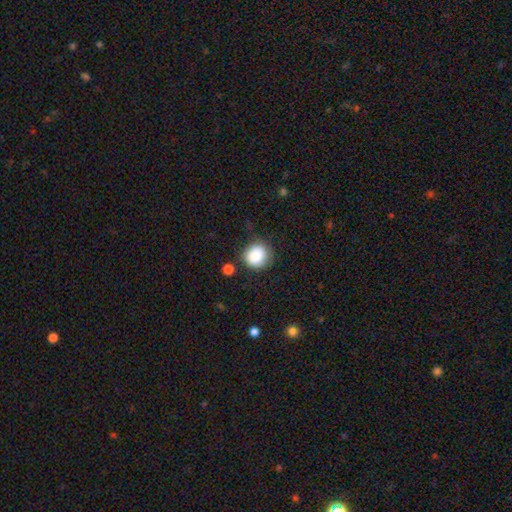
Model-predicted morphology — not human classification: Q: Smooth or featured?
A: smooth (87%); runner-up: star or artifact (9%)
Q: How rounded?
A: round (88%); runner-up: in between (11%)
Q: Merging?
A: none (78%); runner-up: minor disturbance (14%)